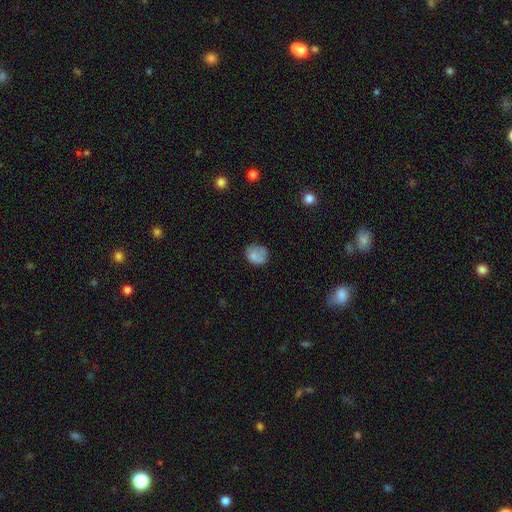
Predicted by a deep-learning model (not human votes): Smooth or featured?
  - smooth: 76% *
  - featured or disk: 15%
  - star or artifact: 10%
How rounded?
  - round: 61% *
  - in between: 38%
  - cigar-shaped: 1%
Merging?
  - none: 58% *
  - minor disturbance: 27%
  - major disturbance: 11%
  - merger: 4%